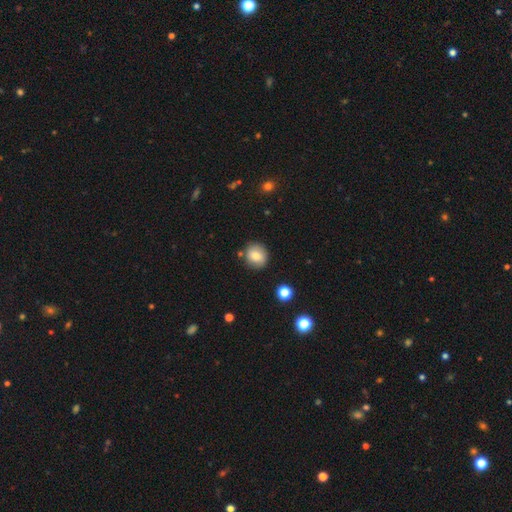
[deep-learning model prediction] Smooth or featured: smooth — 79% (featured or disk — 11%)
How rounded: round — 77% (in between — 22%)
Merging: none — 81% (minor disturbance — 12%)